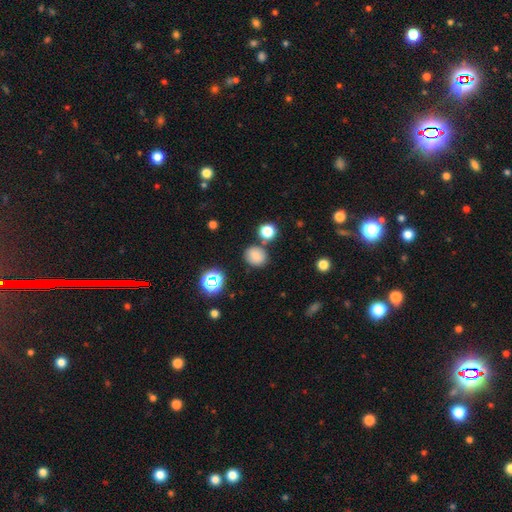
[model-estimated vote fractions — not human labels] This is likely a smooth galaxy (79%). How rounded: likely round (70%). Merging: likely none (77%).